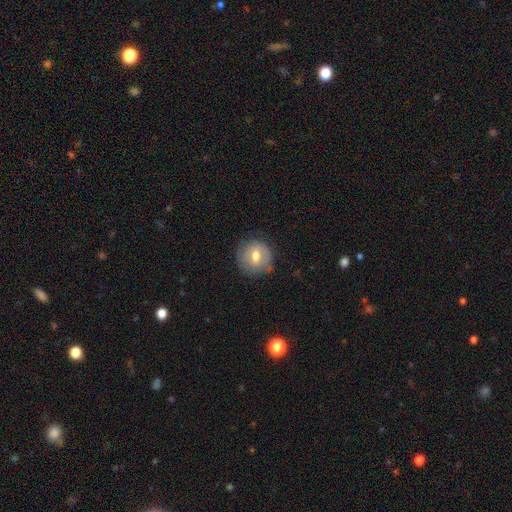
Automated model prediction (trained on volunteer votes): This is possibly a smooth galaxy (60%). How rounded: clearly round (87%). Merging: likely none (74%).